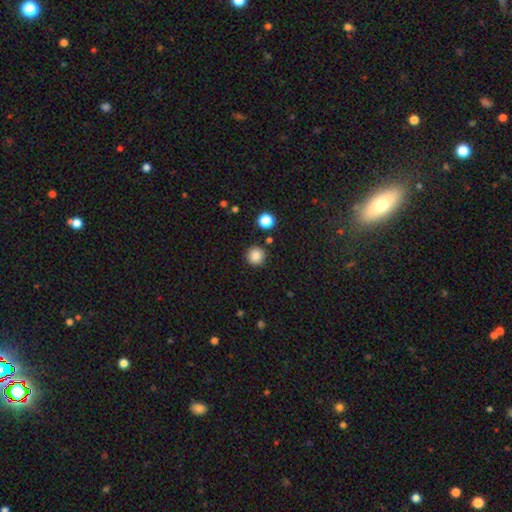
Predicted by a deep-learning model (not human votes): Smooth or featured? Predicted: smooth (p=0.86). How rounded? Predicted: round (p=0.95). Merging? Predicted: none (p=0.90).